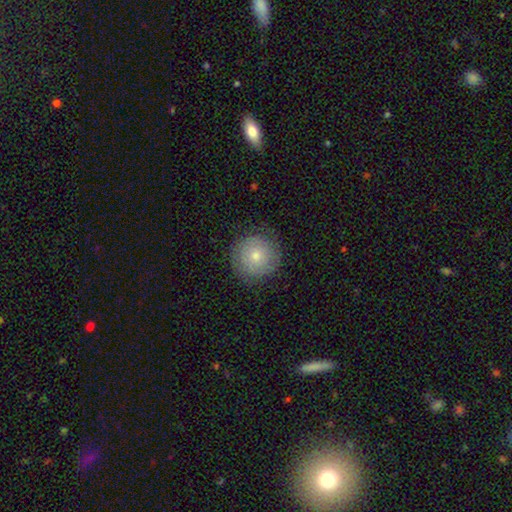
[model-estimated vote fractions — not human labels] Morphology: type=smooth (63%); roundness=round (94%); merging=none (84%).